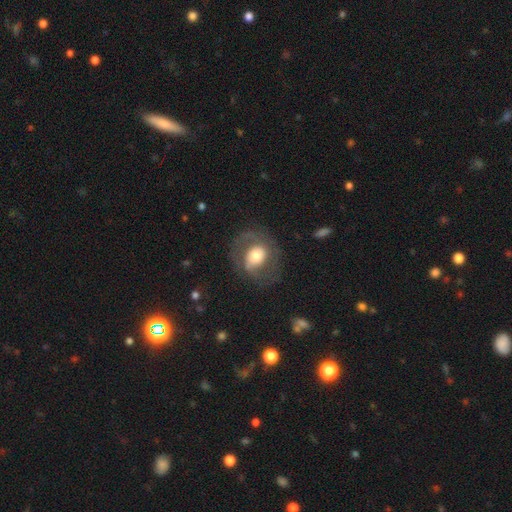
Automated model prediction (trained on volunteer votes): Smooth or featured?
  - featured or disk: 58% *
  - smooth: 35%
  - star or artifact: 7%
Edge-on disk?
  - no: 96% *
  - yes: 4%
Bar?
  - no: 55% *
  - weak: 30%
  - strong: 15%
Spiral arms?
  - yes: 66% *
  - no: 34%
Bulge size?
  - moderate: 57% *
  - large: 28%
  - small: 10%
  - dominant: 4%
  - none: 1%
Merging?
  - none: 67% *
  - minor disturbance: 16%
  - major disturbance: 15%
  - merger: 1%